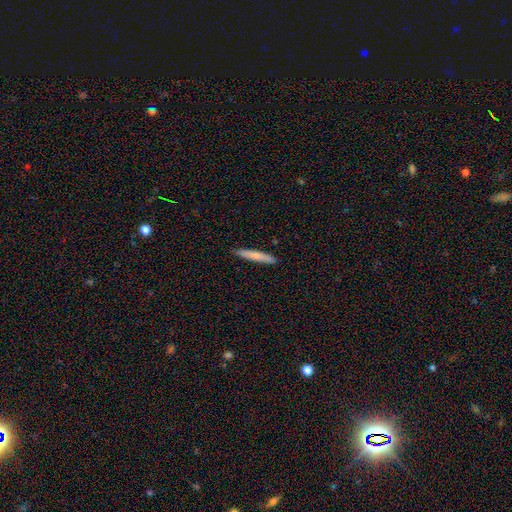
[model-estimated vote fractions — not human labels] Overall: smooth (69%). How rounded: cigar-shaped (95%). Merging: none (91%).